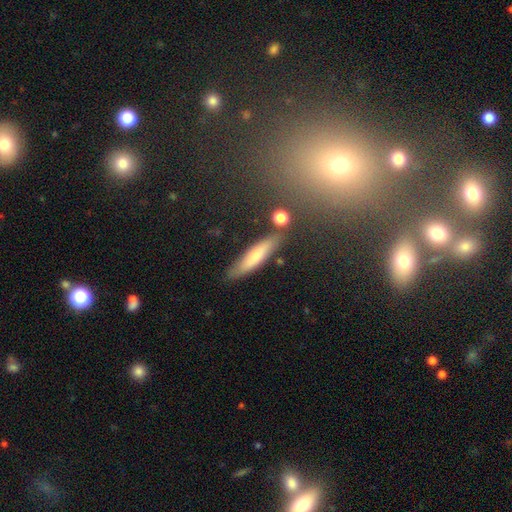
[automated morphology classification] This appears to be a smooth galaxy with no disk features (68%) that is cigar-shaped (82%). Merging: none (80%).